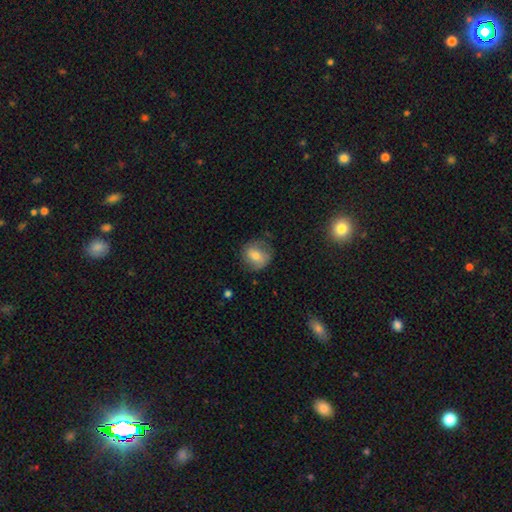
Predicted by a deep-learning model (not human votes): The model was most divided on "smooth or featured": smooth: 63%, featured or disk: 28%, star or artifact: 8%. More confident: how rounded — round (70%); merging — none (69%).